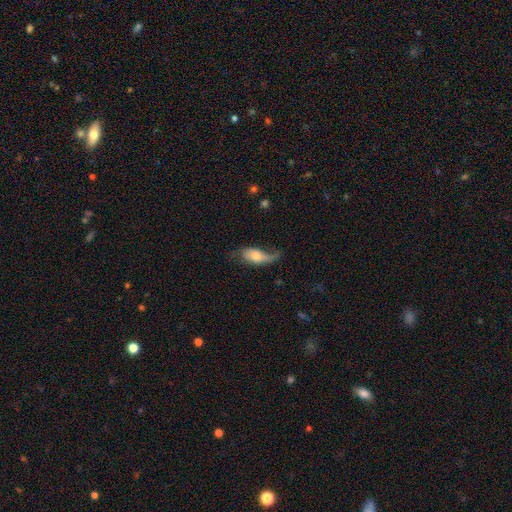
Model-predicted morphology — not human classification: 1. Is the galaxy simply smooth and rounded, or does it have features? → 52% smooth, 41% featured or disk, 7% star or artifact.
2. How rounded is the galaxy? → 82% in between, 14% cigar-shaped, 4% round.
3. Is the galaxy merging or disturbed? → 36% none, 31% minor disturbance, 30% major disturbance, 3% merger.